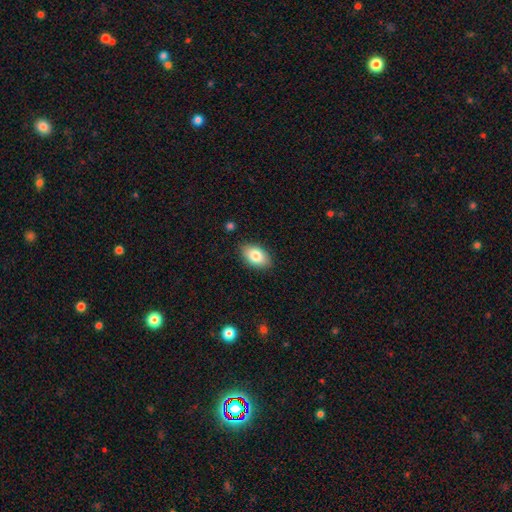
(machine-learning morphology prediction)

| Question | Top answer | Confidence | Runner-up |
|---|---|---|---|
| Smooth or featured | smooth | 83% | featured or disk (10%) |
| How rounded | in between | 92% | round (6%) |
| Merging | none | 87% | minor disturbance (10%) |